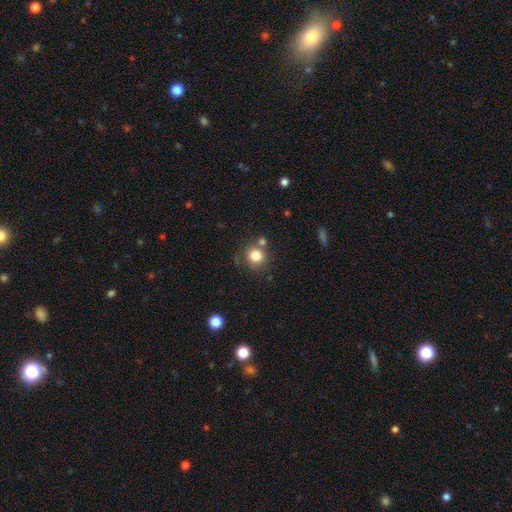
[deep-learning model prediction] smooth_or_featured: smooth (p=0.81) [alt: star or artifact p=0.11]
how_rounded: round (p=0.90) [alt: in between p=0.09]
merging: none (p=0.68) [alt: merger p=0.15]